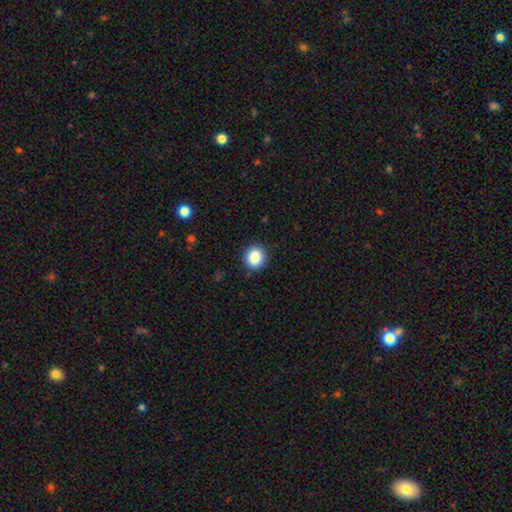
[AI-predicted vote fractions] A smooth galaxy with no disk features (86%) that is round (79%).

Vote fractions:
- Smooth or featured? smooth: 86% / star or artifact: 9% / featured or disk: 4%
- How rounded? round: 79% / in between: 20% / cigar-shaped: 1%
- Merging? none: 89% / minor disturbance: 8% / major disturbance: 2% / merger: 1%